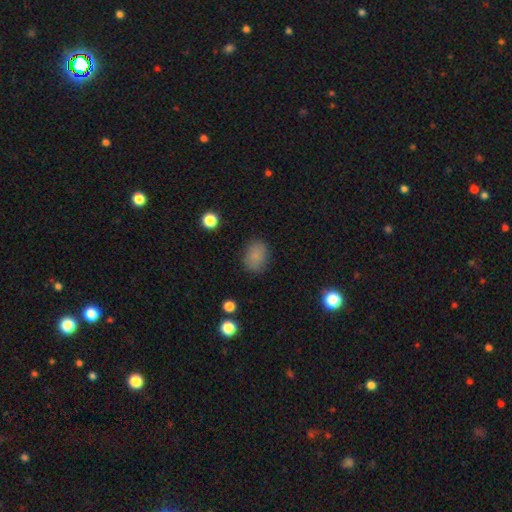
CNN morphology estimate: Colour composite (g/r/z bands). It shows a smooth galaxy with no disk features (82%) that is in between round and cigar-shaped (68%). Merging: none (83%).